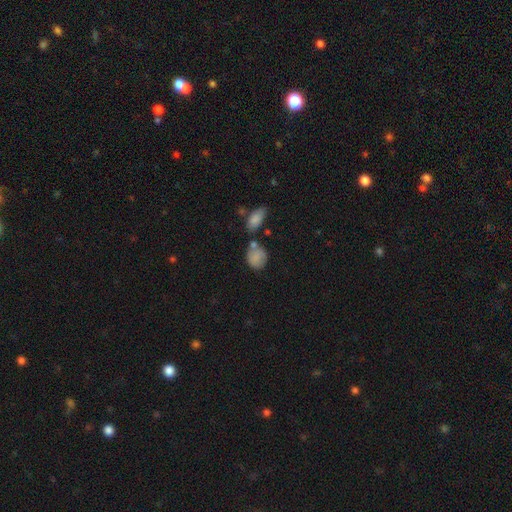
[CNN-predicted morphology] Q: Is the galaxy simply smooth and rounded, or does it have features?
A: smooth — 81%.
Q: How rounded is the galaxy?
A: round — 57%.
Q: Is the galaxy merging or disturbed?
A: none — 52%.